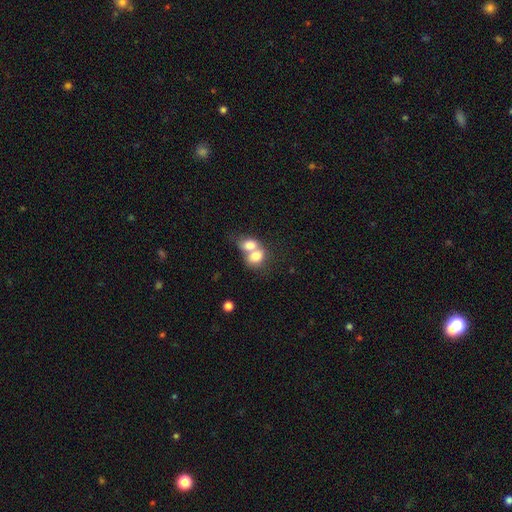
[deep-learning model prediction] This appears to be a smooth galaxy with no disk features (75%) that is in between round and cigar-shaped (65%). Merging: merger (74%).